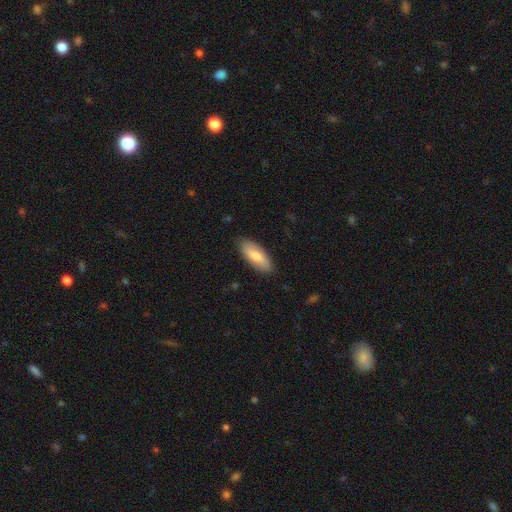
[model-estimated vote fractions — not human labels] Q: Smooth or featured?
A: smooth (77%); runner-up: featured or disk (18%)
Q: How rounded?
A: in between (79%); runner-up: cigar-shaped (19%)
Q: Merging?
A: none (86%); runner-up: minor disturbance (11%)